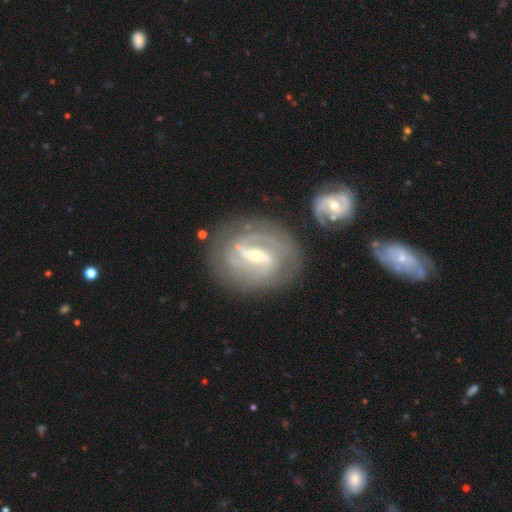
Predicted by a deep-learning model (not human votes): smooth_or_featured: featured or disk (p=0.88) [alt: smooth p=0.07]
disk_edge_on: no (p=0.96) [alt: yes p=0.04]
bar: strong (p=0.56) [alt: weak p=0.33]
has_spiral_arms: yes (p=0.94) [alt: no p=0.06]
spiral_winding: tight (p=0.44) [alt: medium p=0.43]
spiral_arm_count: 2 (p=0.71) [alt: 3 p=0.11]
bulge_size: small (p=0.55) [alt: moderate p=0.42]
merging: none (p=0.73) [alt: minor disturbance p=0.14]